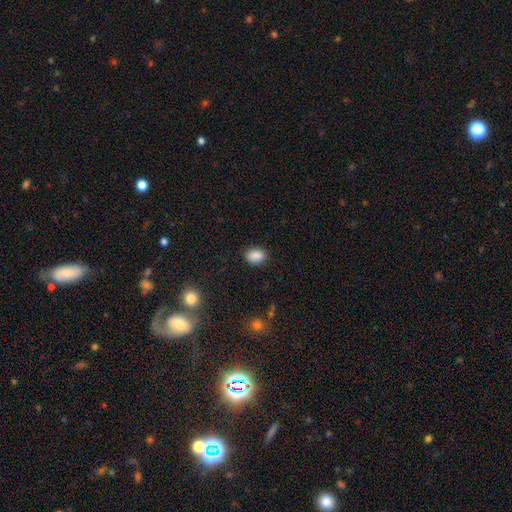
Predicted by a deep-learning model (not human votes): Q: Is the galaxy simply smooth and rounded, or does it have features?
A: smooth — 87%.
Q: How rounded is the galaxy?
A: in between — 73%.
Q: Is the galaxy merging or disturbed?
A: none — 83%.